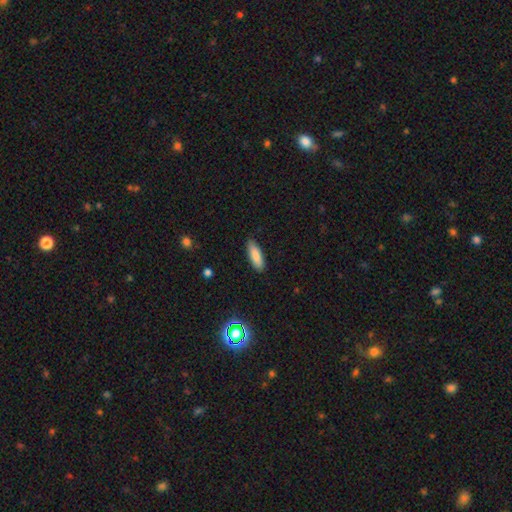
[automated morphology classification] A smooth galaxy with no disk features (85%) that is in between round and cigar-shaped (55%). Merging: none (88%).